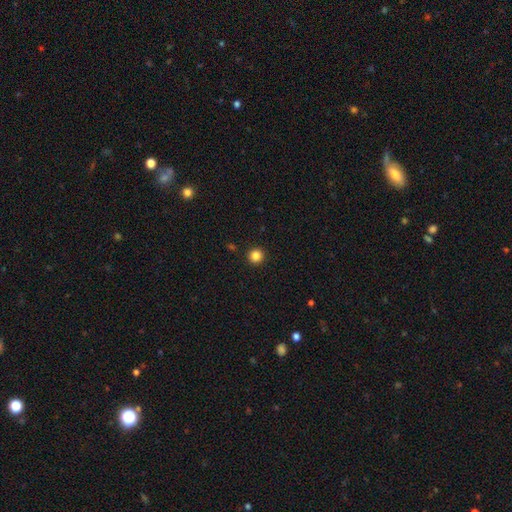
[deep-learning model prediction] The model was most divided on "smooth or featured": smooth: 85%, star or artifact: 12%, featured or disk: 4%. More confident: how rounded — round (96%); merging — none (93%).